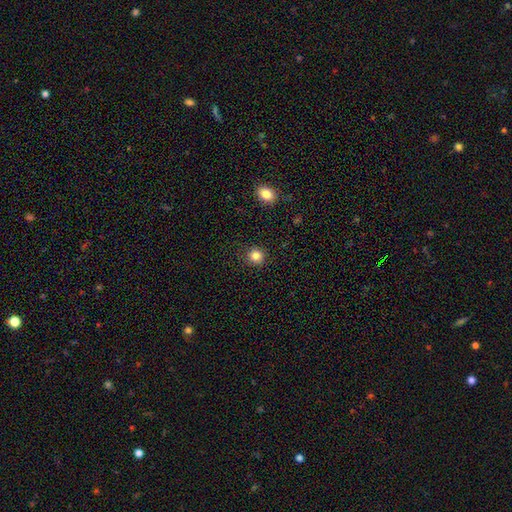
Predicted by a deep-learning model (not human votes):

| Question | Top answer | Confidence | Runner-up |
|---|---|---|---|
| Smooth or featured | smooth | 84% | star or artifact (11%) |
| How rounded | round | 91% | in between (8%) |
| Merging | none | 89% | minor disturbance (7%) |